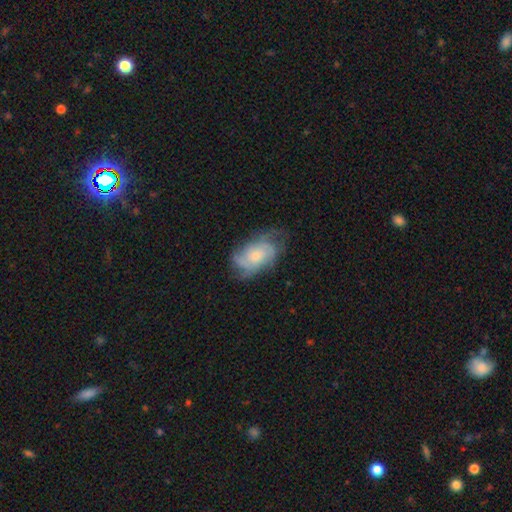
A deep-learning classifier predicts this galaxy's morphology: Smooth or featured: featured or disk — 65% (smooth — 27%)
Edge-on disk: no — 96% (yes — 4%)
Bar: no — 76% (weak — 22%)
Spiral arms: yes — 89% (no — 11%)
Spiral winding: tight — 44% (medium — 39%)
Spiral arm count: can't tell — 38% (3 — 21%)
Bulge size: small — 46% (moderate — 42%)
Merging: none — 60% (minor disturbance — 25%)